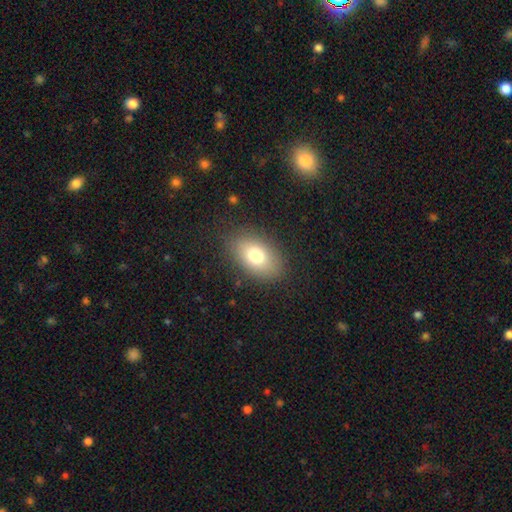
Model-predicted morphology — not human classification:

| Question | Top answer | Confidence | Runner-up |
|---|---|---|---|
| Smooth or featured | smooth | 74% | featured or disk (15%) |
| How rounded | in between | 84% | round (14%) |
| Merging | none | 84% | minor disturbance (10%) |